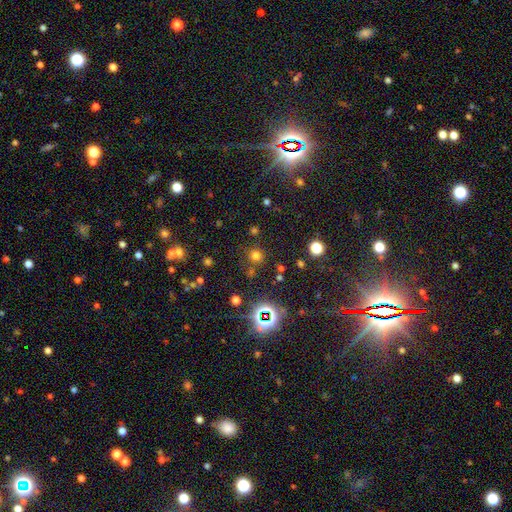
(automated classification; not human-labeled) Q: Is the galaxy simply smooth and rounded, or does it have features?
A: smooth — 62%.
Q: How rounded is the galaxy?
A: round — 93%.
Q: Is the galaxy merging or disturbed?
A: none — 82%.